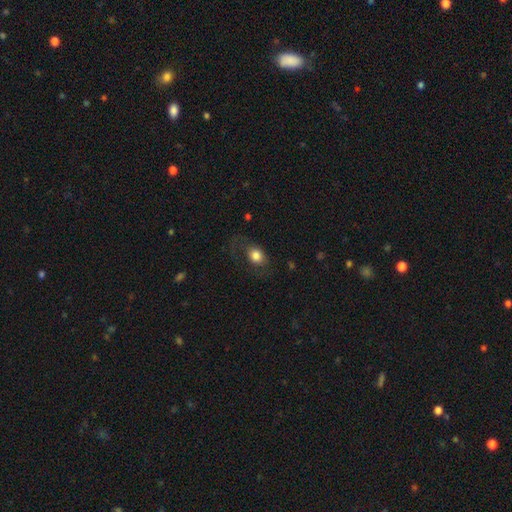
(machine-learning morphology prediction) Smooth or featured? Predicted: smooth (p=0.76). How rounded? Predicted: in between (p=0.58). Merging? Predicted: none (p=0.56).